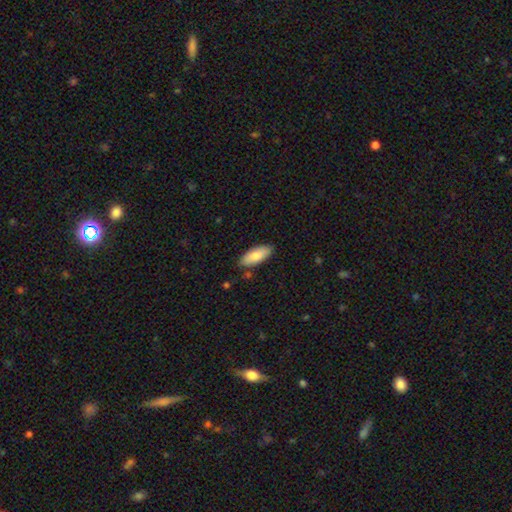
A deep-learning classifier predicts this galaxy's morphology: Smooth or featured? smooth (85%)
How rounded? in between (79%)
Merging? none (83%)